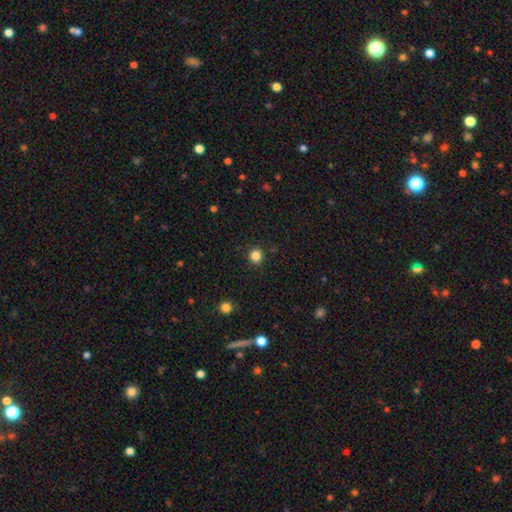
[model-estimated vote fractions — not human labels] A smooth galaxy with no disk features (84%) that is round (94%). Merging: none (92%).